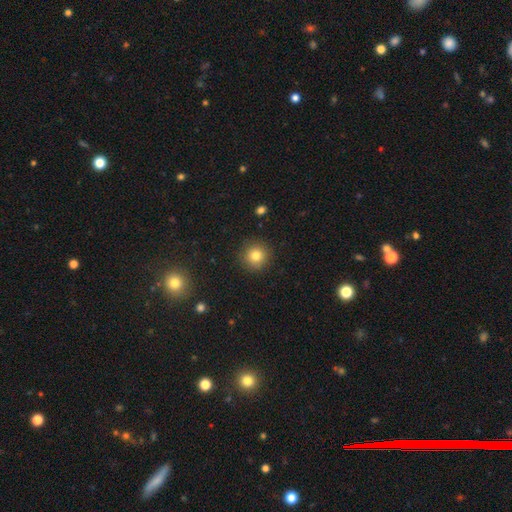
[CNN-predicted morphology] Smooth or featured?
  - smooth: 80% *
  - star or artifact: 12%
  - featured or disk: 8%
How rounded?
  - round: 94% *
  - in between: 5%
  - cigar-shaped: 1%
Merging?
  - none: 89% *
  - minor disturbance: 7%
  - major disturbance: 2%
  - merger: 1%